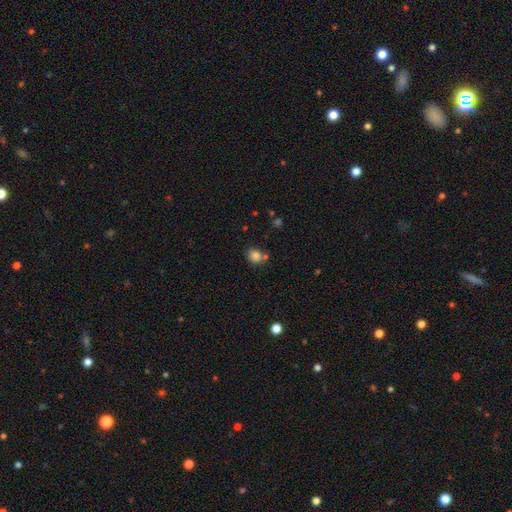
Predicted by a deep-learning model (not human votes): smooth_or_featured: smooth (p=0.82) [alt: star or artifact p=0.12]
how_rounded: round (p=0.68) [alt: in between p=0.31]
merging: none (p=0.64) [alt: merger p=0.18]